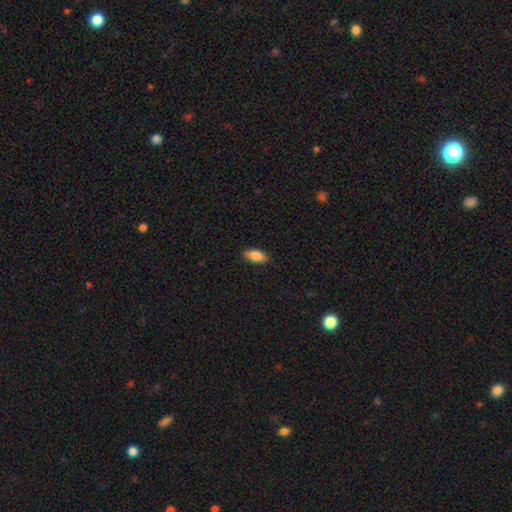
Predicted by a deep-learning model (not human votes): This appears to be a smooth galaxy with no disk features (85%) that is in between round and cigar-shaped (88%). Merging: none (88%).